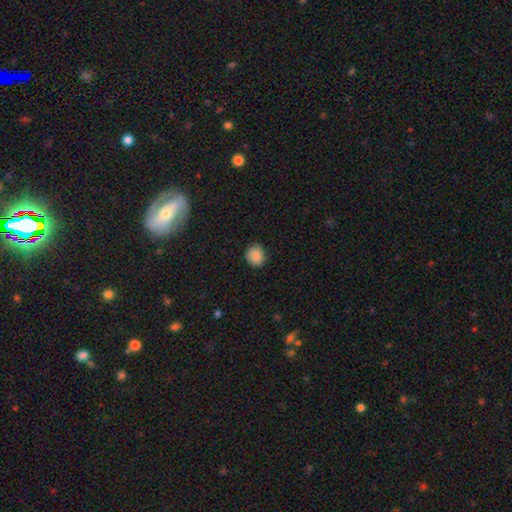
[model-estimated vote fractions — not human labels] Overall: smooth (87%). How rounded: round (76%). Merging: none (82%).